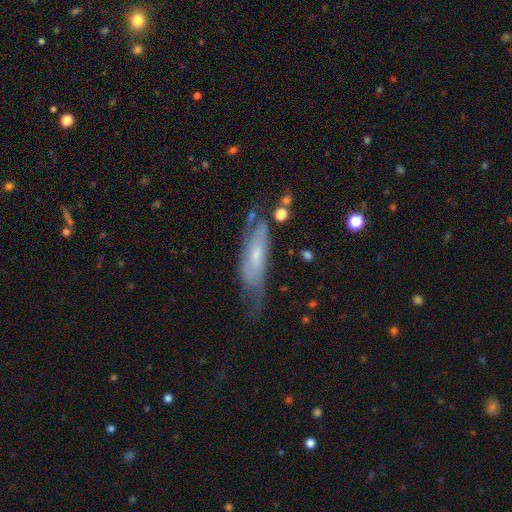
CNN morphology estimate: Smooth or featured?
  - featured or disk: 64% *
  - smooth: 28%
  - star or artifact: 8%
Edge-on disk?
  - no: 71% *
  - yes: 29%
Merging?
  - none: 54% *
  - minor disturbance: 27%
  - major disturbance: 16%
  - merger: 3%